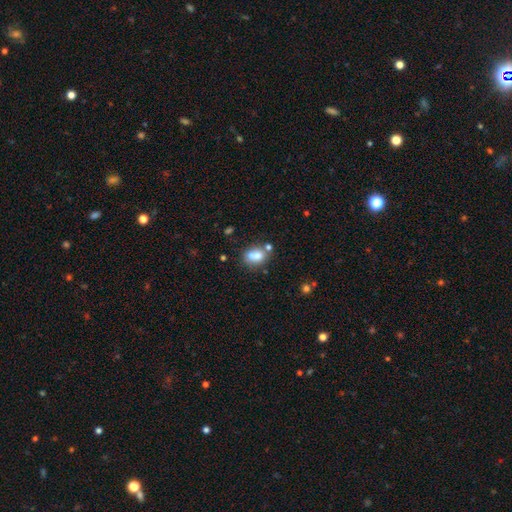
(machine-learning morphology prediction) type=smooth (73%); roundness=in between (57%); merging=none (44%).